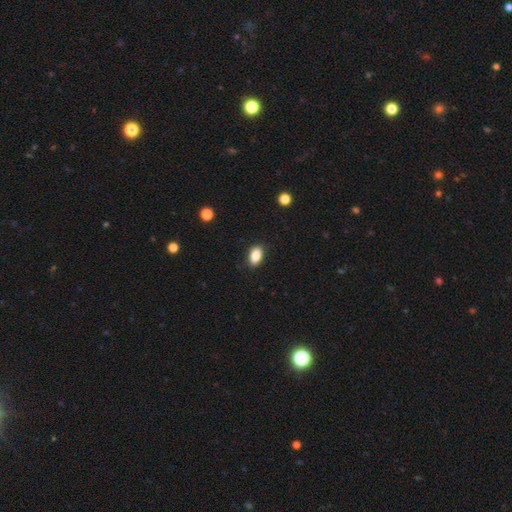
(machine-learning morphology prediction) smooth-or-featured: smooth: 85% | star or artifact: 9% | featured or disk: 6%
  how-rounded: in between: 89% | round: 8% | cigar-shaped: 3%
  merging: none: 87% | minor disturbance: 10% | major disturbance: 2% | merger: 1%